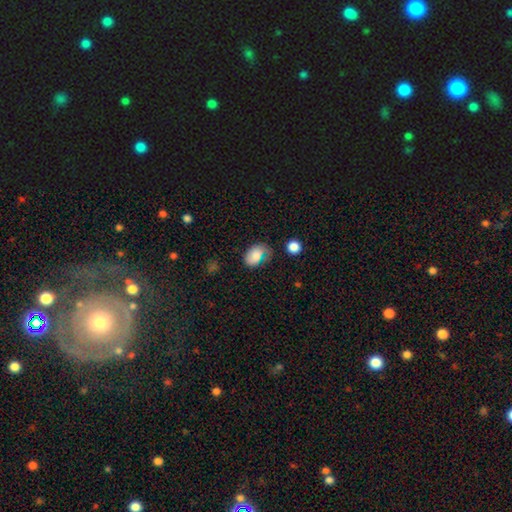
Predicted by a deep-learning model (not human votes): This appears to be a smooth galaxy with no disk features (79%) that is in between round and cigar-shaped (79%). Merging: none (54%).